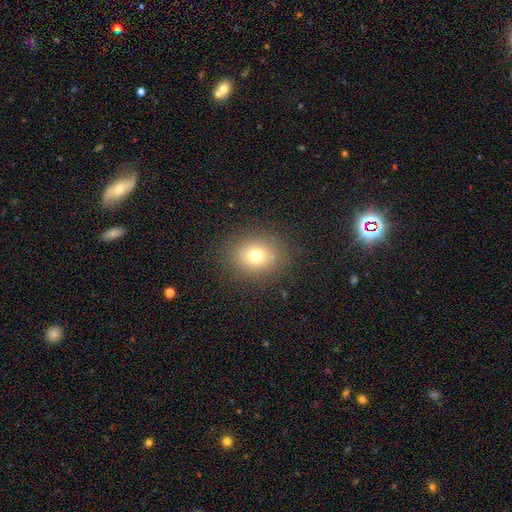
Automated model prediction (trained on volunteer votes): Q: Smooth or featured?
A: smooth (73%); runner-up: star or artifact (15%)
Q: How rounded?
A: round (60%); runner-up: in between (39%)
Q: Merging?
A: none (85%); runner-up: minor disturbance (10%)